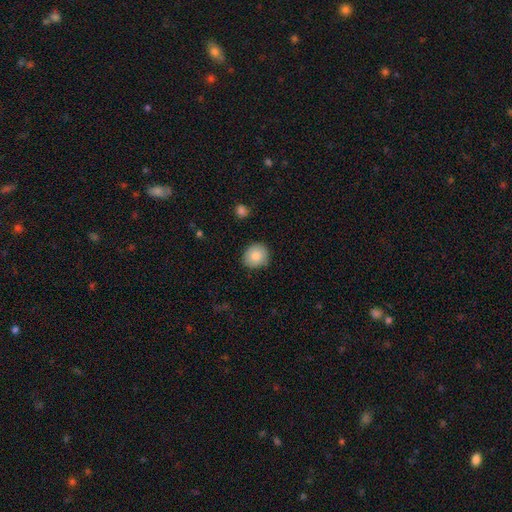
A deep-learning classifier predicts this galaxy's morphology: smooth_or_featured: smooth (p=0.86) [alt: star or artifact p=0.08]
how_rounded: round (p=0.82) [alt: in between p=0.17]
merging: none (p=0.85) [alt: minor disturbance p=0.11]